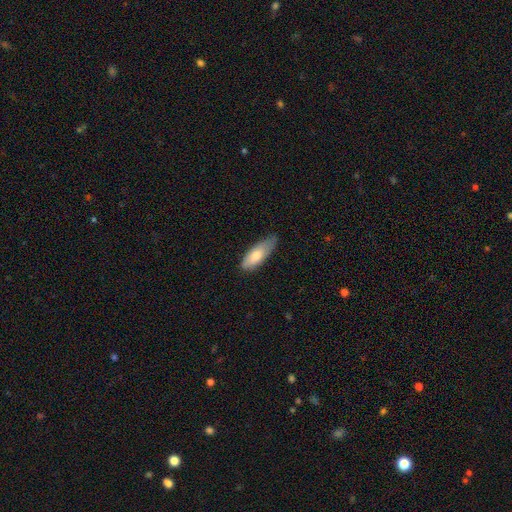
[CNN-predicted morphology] A smooth galaxy with no disk features (76%) that is in between round and cigar-shaped (67%).

Vote fractions:
- Smooth or featured? smooth: 76% / featured or disk: 18% / star or artifact: 6%
- How rounded? in between: 67% / cigar-shaped: 31% / round: 2%
- Merging? none: 57% / minor disturbance: 36% / major disturbance: 6% / merger: 1%